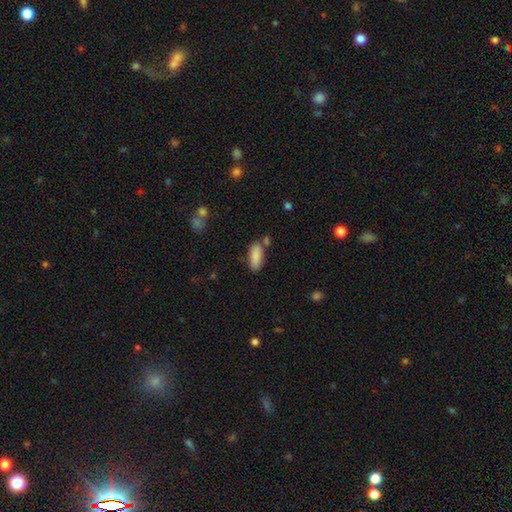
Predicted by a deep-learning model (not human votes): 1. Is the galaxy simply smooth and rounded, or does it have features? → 88% smooth, 7% star or artifact, 5% featured or disk.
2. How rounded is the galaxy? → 80% in between, 18% cigar-shaped, 2% round.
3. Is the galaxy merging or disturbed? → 72% none, 15% minor disturbance, 9% merger, 4% major disturbance.